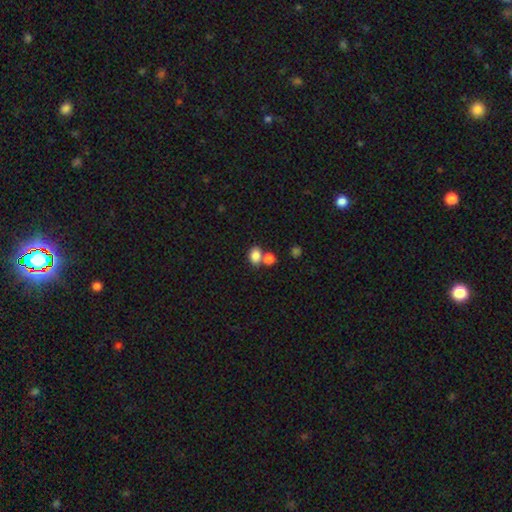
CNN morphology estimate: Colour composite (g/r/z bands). It shows a smooth galaxy with no disk features (83%) that is in between round and cigar-shaped (67%). Merging: none (49%).